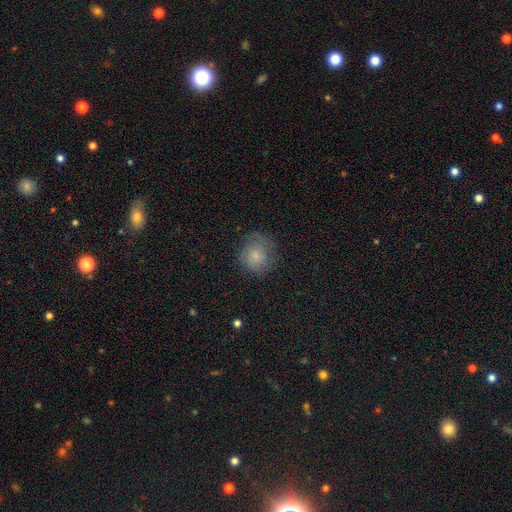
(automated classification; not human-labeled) smooth-or-featured: smooth: 67% | featured or disk: 24% | star or artifact: 9%
  how-rounded: round: 85% | in between: 14% | cigar-shaped: 1%
  merging: none: 67% | minor disturbance: 22% | major disturbance: 10% | merger: 1%